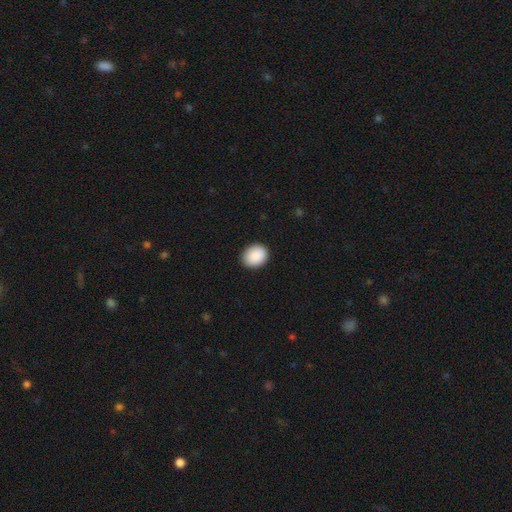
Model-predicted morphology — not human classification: smooth_or_featured: smooth (p=0.90) [alt: star or artifact p=0.07]
how_rounded: in between (p=0.51) [alt: round p=0.48]
merging: none (p=0.90) [alt: minor disturbance p=0.08]